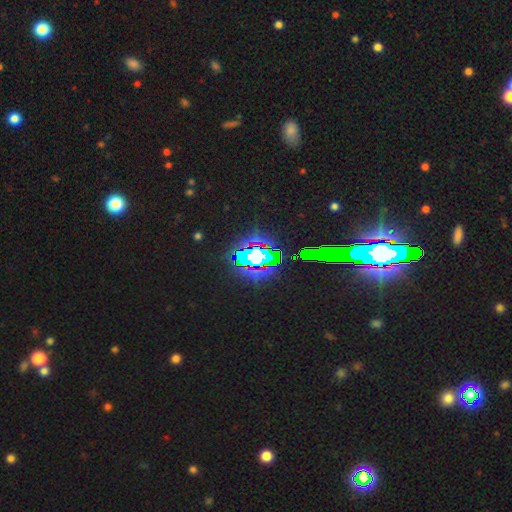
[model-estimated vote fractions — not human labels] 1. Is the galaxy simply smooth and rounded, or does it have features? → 74% star or artifact, 13% smooth, 13% featured or disk.